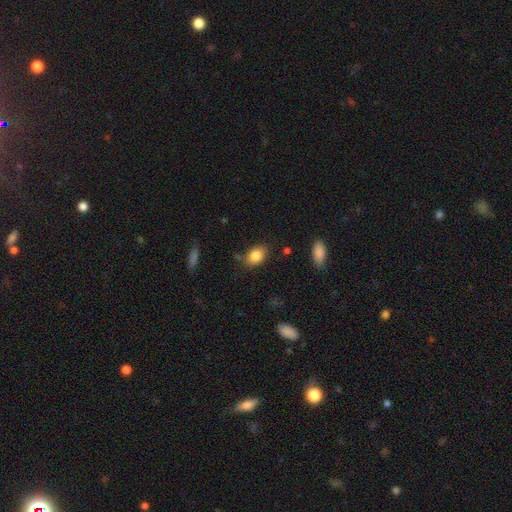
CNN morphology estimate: smooth 84%, star or artifact 9%, featured or disk 7%. Down the decision tree: how rounded — in between (75%); merging — none (76%).